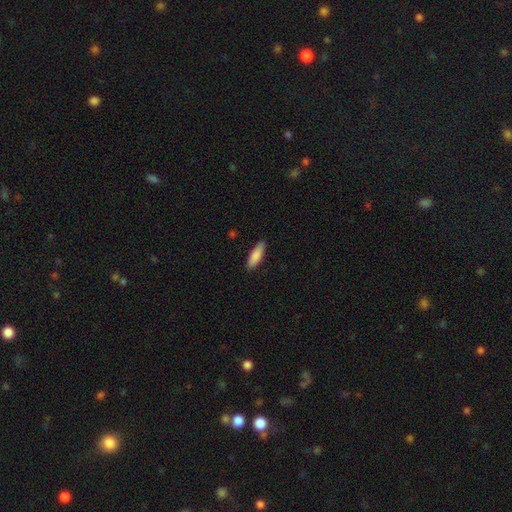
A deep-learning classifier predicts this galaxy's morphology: A smooth galaxy with no disk features (87%) that is in between round and cigar-shaped (52%). Merging: none (87%).